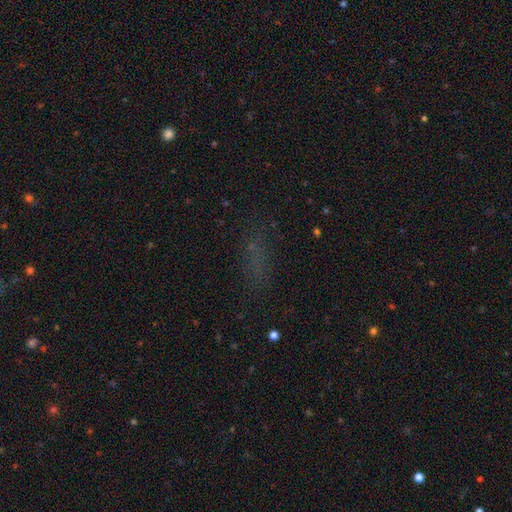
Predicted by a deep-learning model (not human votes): Morphology: type=smooth (49%); merging=none (72%).